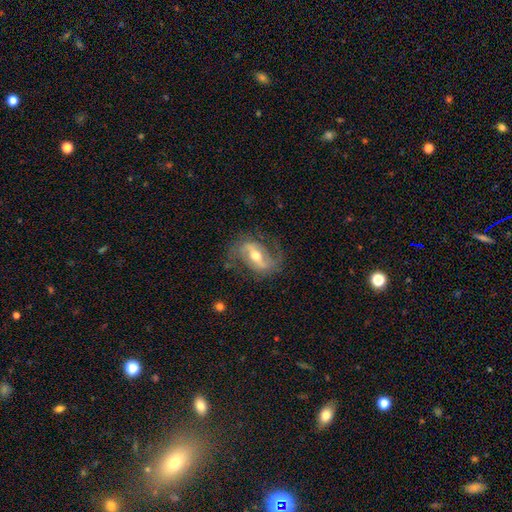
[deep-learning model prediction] Smooth or featured? featured or disk (83%)
Edge-on disk? no (95%)
Bar? strong (48%)
Spiral arms? yes (91%)
Spiral winding? medium (47%)
Spiral arm count? 2 (87%)
Bulge size? moderate (71%)
Merging? none (71%)